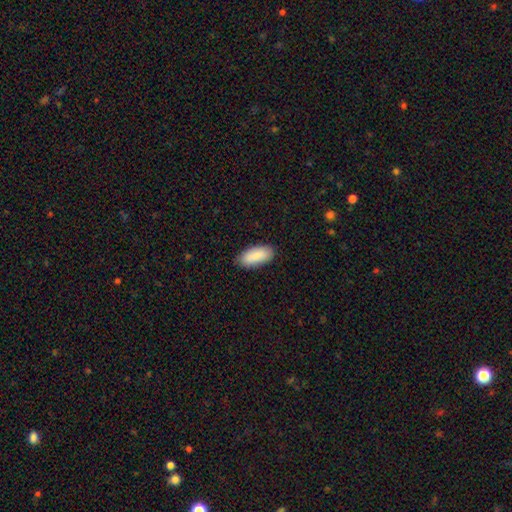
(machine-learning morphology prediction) smooth 88%, featured or disk 6%, star or artifact 6%. Down the decision tree: how rounded — in between (86%); merging — none (84%).